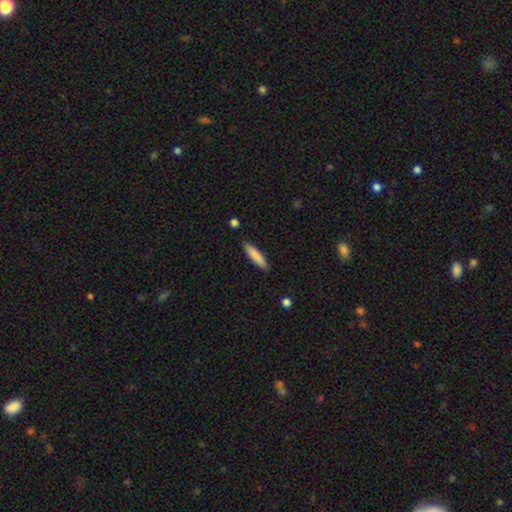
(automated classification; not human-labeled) smooth 86%, featured or disk 8%, star or artifact 6%. Down the decision tree: how rounded — cigar-shaped (76%); merging — none (87%).